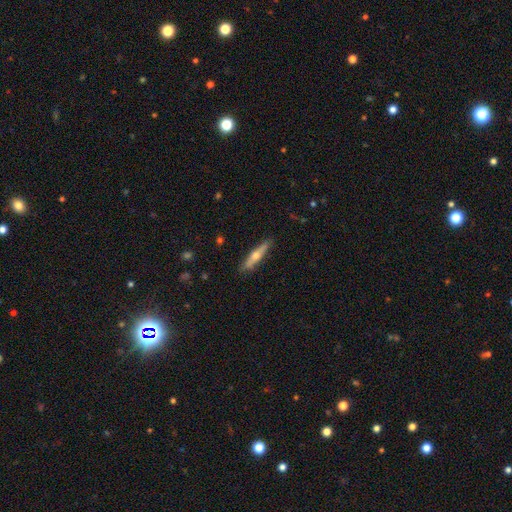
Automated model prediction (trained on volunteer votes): featured or disk 52%, smooth 42%, star or artifact 6%. Down the decision tree: edge-on disk — yes (91%); merging — none (86%).